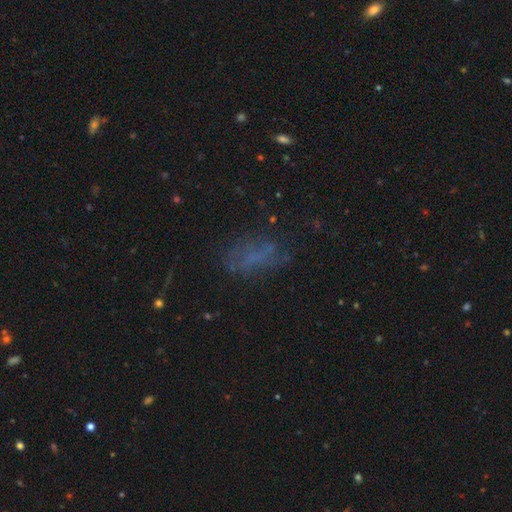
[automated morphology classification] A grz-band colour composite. It shows a smooth galaxy with no disk features (45%). Merging: none (58%).